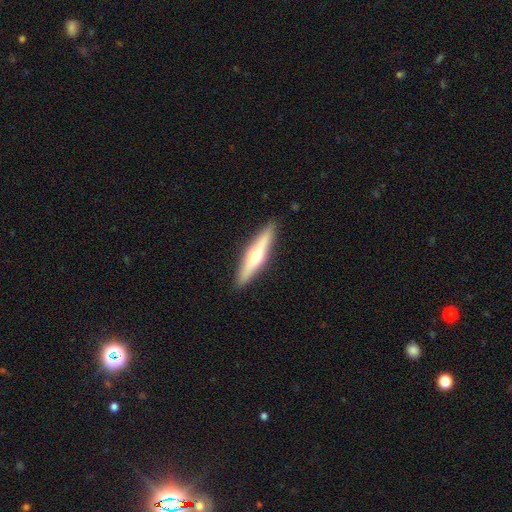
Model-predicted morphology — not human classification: A featured or disk galaxy (58%) viewed edge-on (95%) with a rounded central bulge (92%).

Vote fractions:
- Smooth or featured? featured or disk: 58% / smooth: 37% / star or artifact: 5%
- Edge-on disk? yes: 95% / no: 5%
- Edge-on bulge? rounded: 92% / none: 5% / boxy: 3%
- Merging? none: 91% / minor disturbance: 7% / major disturbance: 1% / merger: 1%